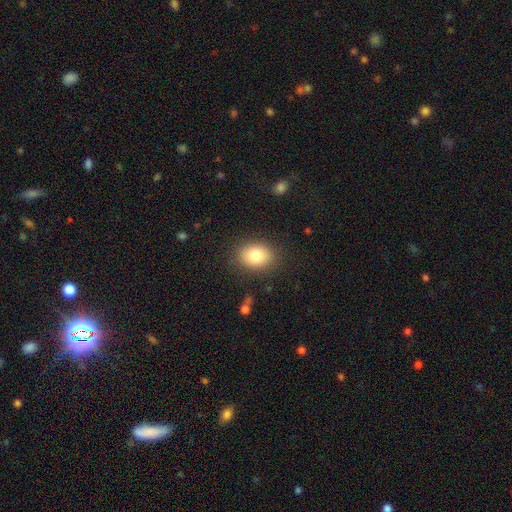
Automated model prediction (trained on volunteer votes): A smooth galaxy with no disk features (81%) that is in between round and cigar-shaped (68%).

Vote fractions:
- Smooth or featured? smooth: 81% / featured or disk: 11% / star or artifact: 8%
- How rounded? in between: 68% / round: 31% / cigar-shaped: 1%
- Merging? none: 85% / minor disturbance: 10% / major disturbance: 3% / merger: 1%